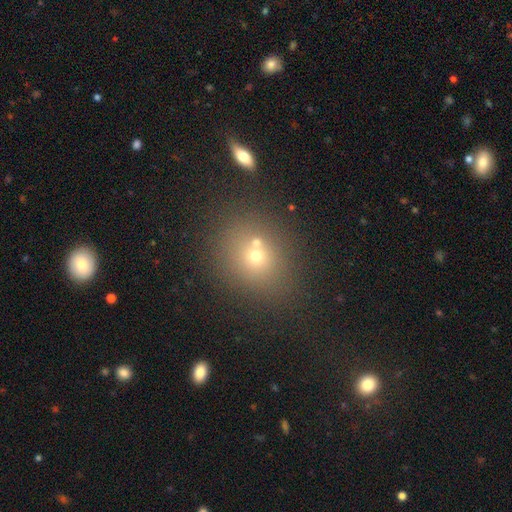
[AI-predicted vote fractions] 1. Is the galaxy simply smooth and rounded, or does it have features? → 64% smooth, 20% star or artifact, 16% featured or disk.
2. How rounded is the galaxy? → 71% round, 28% in between, 1% cigar-shaped.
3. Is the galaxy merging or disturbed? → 64% none, 23% merger, 9% minor disturbance, 4% major disturbance.